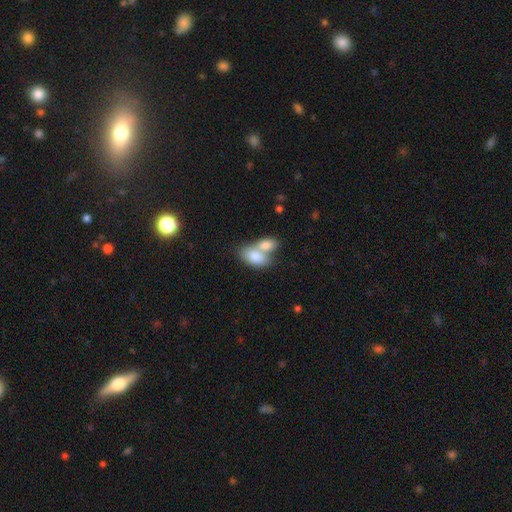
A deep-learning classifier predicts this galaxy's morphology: Overall: smooth (80%). How rounded: in between (91%). Merging: merger (66%).